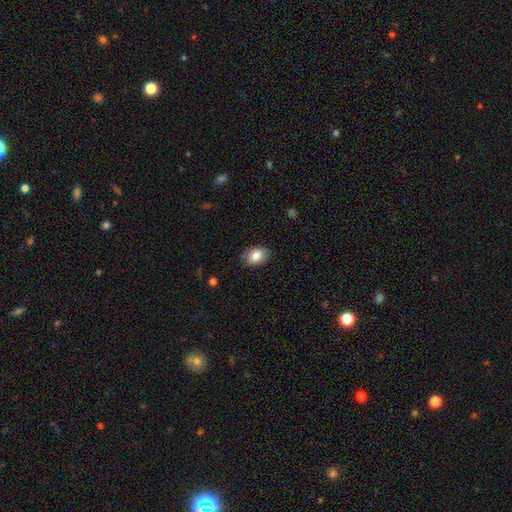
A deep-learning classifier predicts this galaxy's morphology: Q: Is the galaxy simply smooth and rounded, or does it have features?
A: smooth — 81%.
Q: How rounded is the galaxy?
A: in between — 83%.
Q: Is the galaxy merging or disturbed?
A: none — 82%.